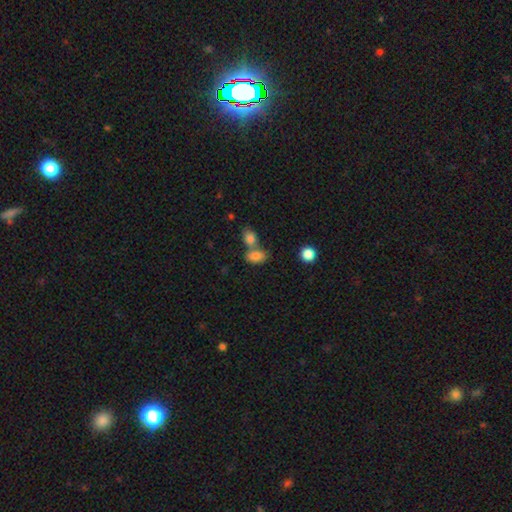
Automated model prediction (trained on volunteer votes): Q: Smooth or featured?
A: smooth (82%); runner-up: star or artifact (10%)
Q: How rounded?
A: in between (88%); runner-up: round (10%)
Q: Merging?
A: merger (44%); runner-up: none (41%)